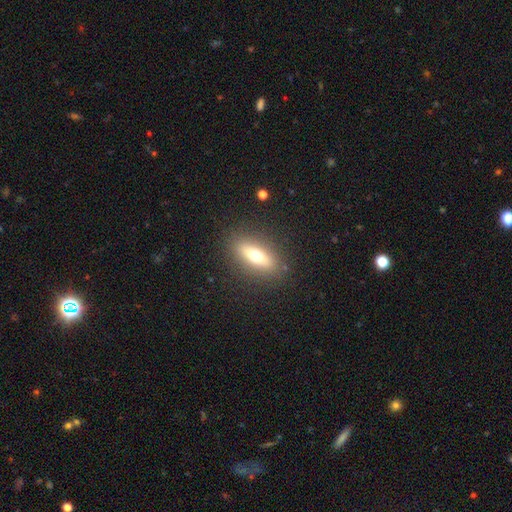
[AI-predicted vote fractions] This is likely a smooth galaxy (60%). How rounded: likely in between (61%). Merging: clearly none (87%).